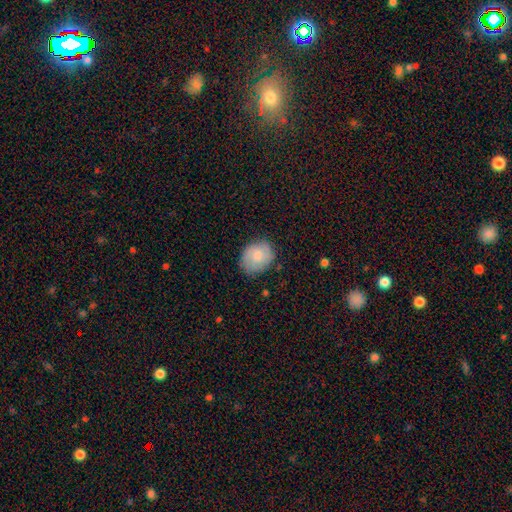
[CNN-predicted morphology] smooth-or-featured: smooth: 72% | featured or disk: 21% | star or artifact: 7%
  how-rounded: round: 54% | in between: 45% | cigar-shaped: 1%
  merging: none: 77% | minor disturbance: 18% | major disturbance: 4% | merger: 1%